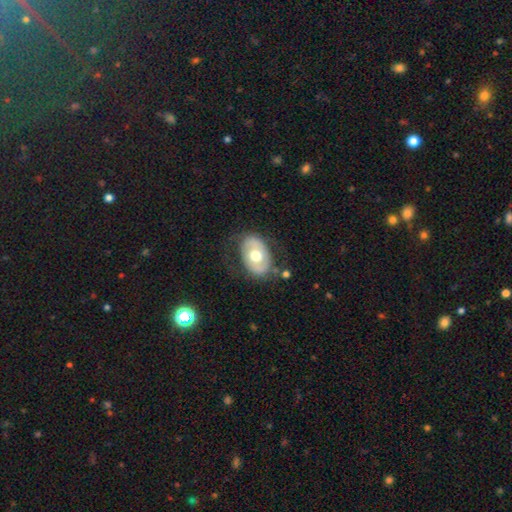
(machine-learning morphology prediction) A featured or disk galaxy (48%).

Vote fractions:
- Smooth or featured? featured or disk: 48% / smooth: 46% / star or artifact: 6%
- Merging? none: 70% / minor disturbance: 18% / major disturbance: 10% / merger: 3%